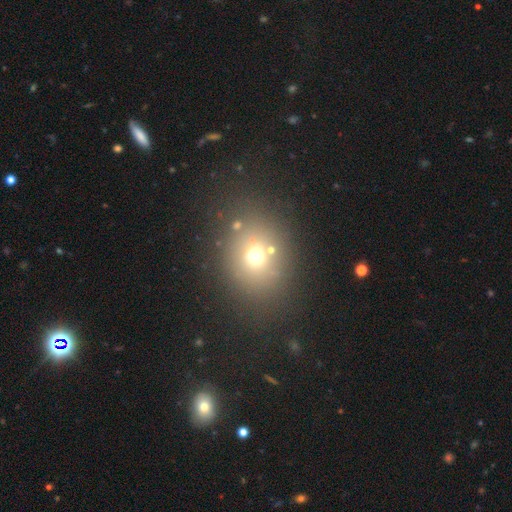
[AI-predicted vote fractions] Overall: smooth (65%). How rounded: round (72%). Merging: none (76%).